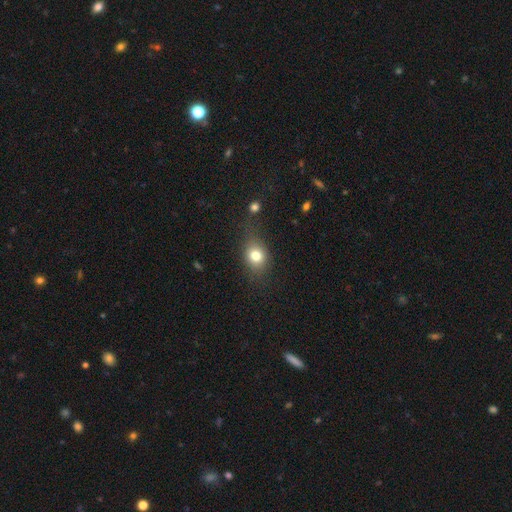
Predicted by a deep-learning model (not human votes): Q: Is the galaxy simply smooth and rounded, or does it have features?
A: smooth — 78%.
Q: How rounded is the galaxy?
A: in between — 51%.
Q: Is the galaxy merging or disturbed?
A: none — 68%.